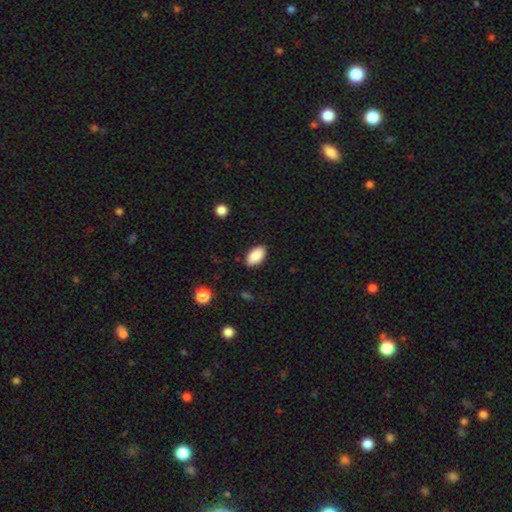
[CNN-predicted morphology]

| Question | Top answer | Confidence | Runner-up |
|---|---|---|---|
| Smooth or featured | smooth | 89% | star or artifact (7%) |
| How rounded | in between | 94% | round (4%) |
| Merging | none | 86% | minor disturbance (10%) |